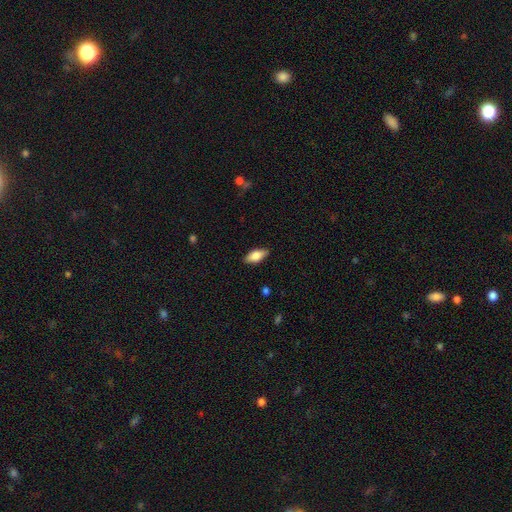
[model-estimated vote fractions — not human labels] Q: Smooth or featured?
A: smooth (75%); runner-up: featured or disk (19%)
Q: How rounded?
A: in between (84%); runner-up: cigar-shaped (13%)
Q: Merging?
A: none (86%); runner-up: minor disturbance (11%)